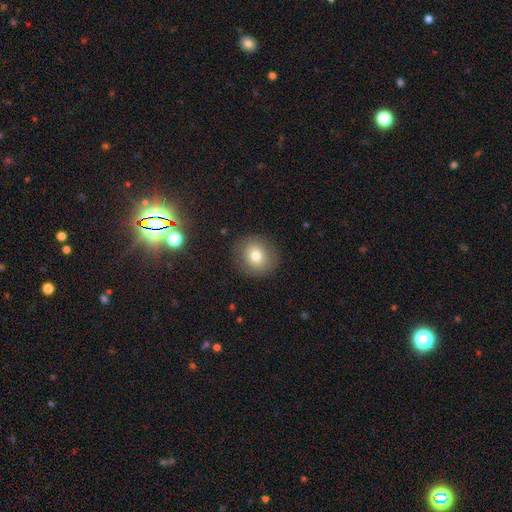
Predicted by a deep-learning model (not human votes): This is likely a smooth galaxy (75%). How rounded: clearly round (84%). Merging: clearly none (86%).